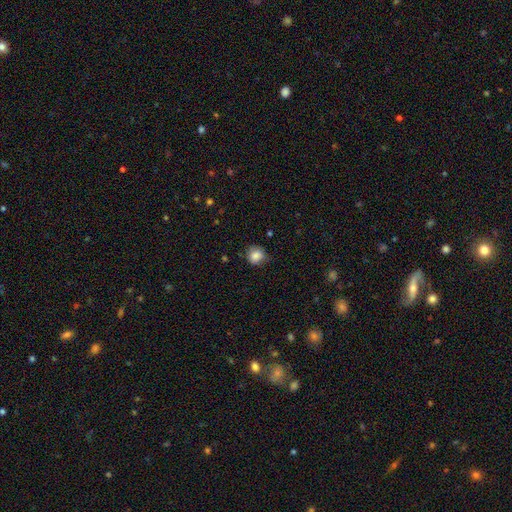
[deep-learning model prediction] Smooth or featured?
  - smooth: 85% *
  - star or artifact: 9%
  - featured or disk: 6%
How rounded?
  - round: 87% *
  - in between: 12%
  - cigar-shaped: 1%
Merging?
  - none: 74% *
  - minor disturbance: 21%
  - major disturbance: 4%
  - merger: 1%